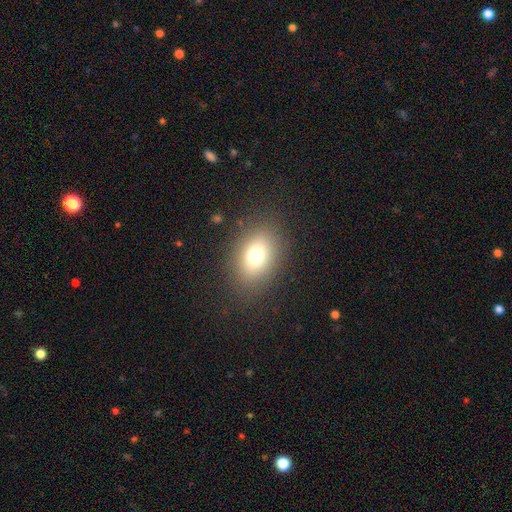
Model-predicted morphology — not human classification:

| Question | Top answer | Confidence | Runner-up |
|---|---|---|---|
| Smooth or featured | smooth | 75% | star or artifact (13%) |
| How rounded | in between | 71% | round (27%) |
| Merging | none | 84% | minor disturbance (10%) |